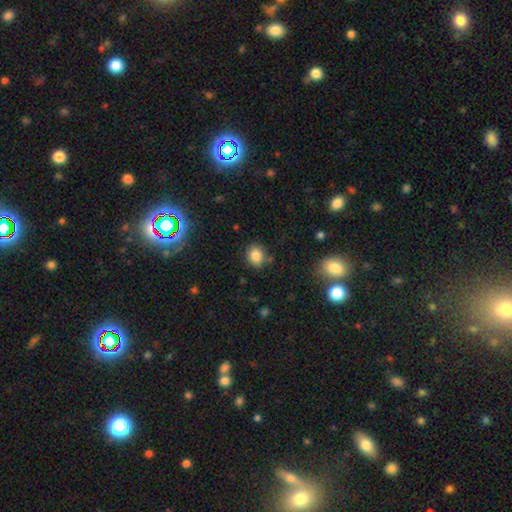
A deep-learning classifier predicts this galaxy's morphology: type=smooth (83%); roundness=round (68%); merging=none (82%).